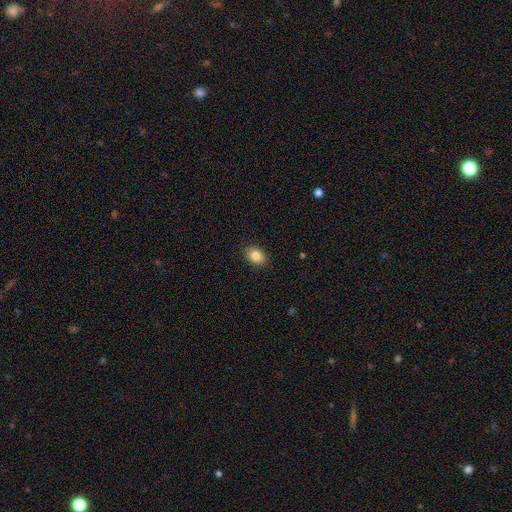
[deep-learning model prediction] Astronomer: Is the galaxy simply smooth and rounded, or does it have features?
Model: smooth — 85%.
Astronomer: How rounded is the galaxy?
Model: in between — 78%.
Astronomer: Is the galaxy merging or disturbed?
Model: none — 89%.